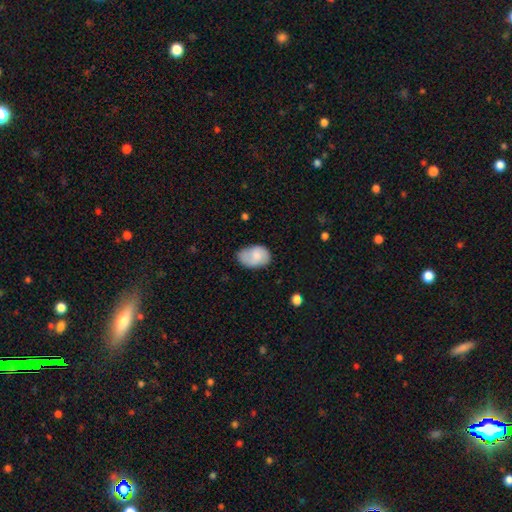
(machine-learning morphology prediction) Q: Smooth or featured?
A: smooth (73%); runner-up: featured or disk (20%)
Q: How rounded?
A: in between (87%); runner-up: round (12%)
Q: Merging?
A: none (54%); runner-up: minor disturbance (35%)